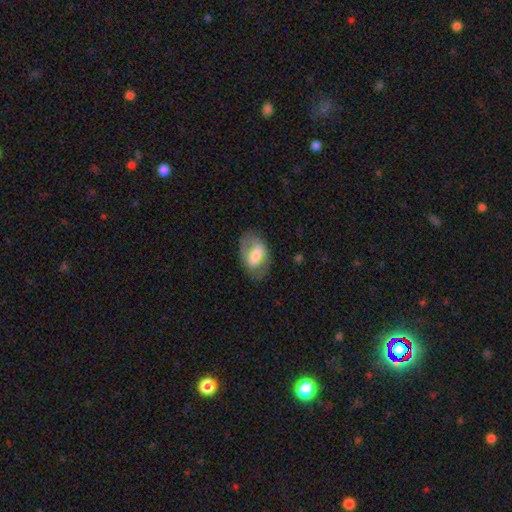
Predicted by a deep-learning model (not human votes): Smooth or featured?
  - smooth: 52% *
  - featured or disk: 41%
  - star or artifact: 7%
How rounded?
  - in between: 90% *
  - round: 9%
  - cigar-shaped: 2%
Merging?
  - none: 72% *
  - minor disturbance: 18%
  - major disturbance: 9%
  - merger: 1%